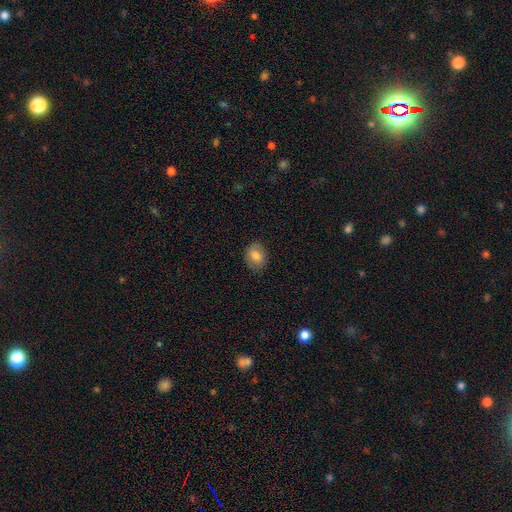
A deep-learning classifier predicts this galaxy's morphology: smooth_or_featured: smooth (p=0.78) [alt: featured or disk p=0.13]
how_rounded: in between (p=0.59) [alt: round p=0.40]
merging: none (p=0.83) [alt: minor disturbance p=0.13]